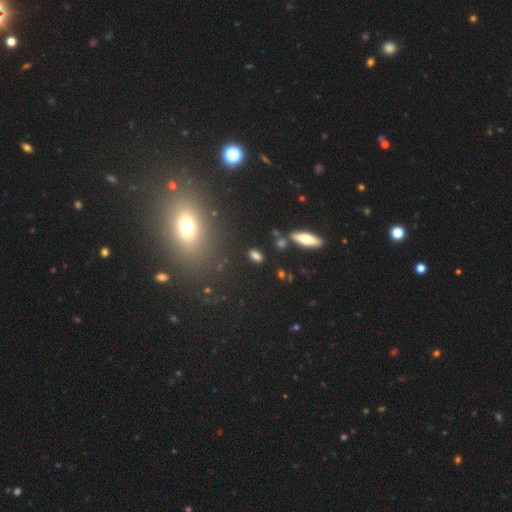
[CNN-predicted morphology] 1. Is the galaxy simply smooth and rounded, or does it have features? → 75% smooth, 15% star or artifact, 10% featured or disk.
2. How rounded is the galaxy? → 76% in between, 12% cigar-shaped, 12% round.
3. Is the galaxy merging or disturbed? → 80% none, 10% minor disturbance, 6% merger, 4% major disturbance.